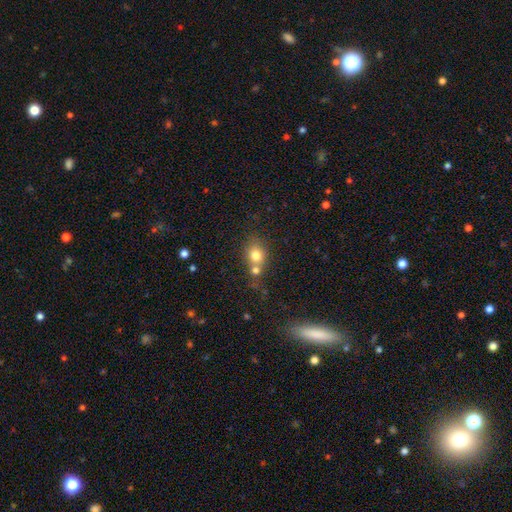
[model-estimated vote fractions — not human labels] Overall: smooth (76%). How rounded: round (67%; in between 32%). Merging: merger (45%; none 41%).